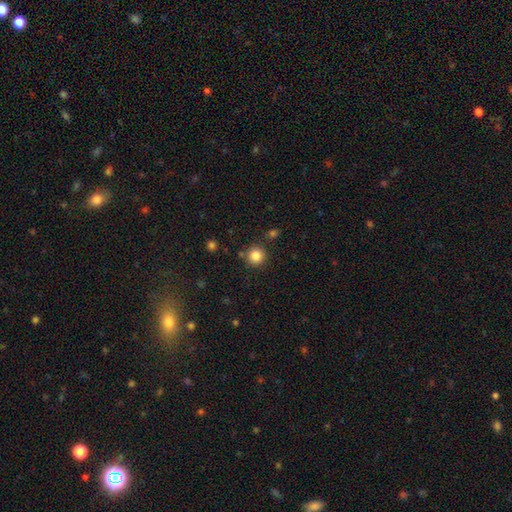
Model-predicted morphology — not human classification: Q: Smooth or featured?
A: smooth (84%); runner-up: star or artifact (11%)
Q: How rounded?
A: round (94%); runner-up: in between (5%)
Q: Merging?
A: none (86%); runner-up: minor disturbance (7%)